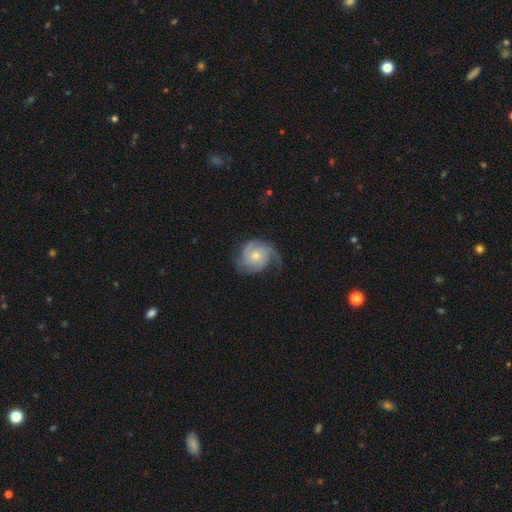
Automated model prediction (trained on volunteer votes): This is clearly a featured or disk galaxy (82%). It is clearly not viewed edge-on (98%). Bar: likely no (76%). Spiral arm pattern: clearly yes (97%). Spiral arm count: possibly 3 (47%). Spiral winding: possibly tight (47%). Central bulge: possibly moderate (49%). Merging: likely none (66%).